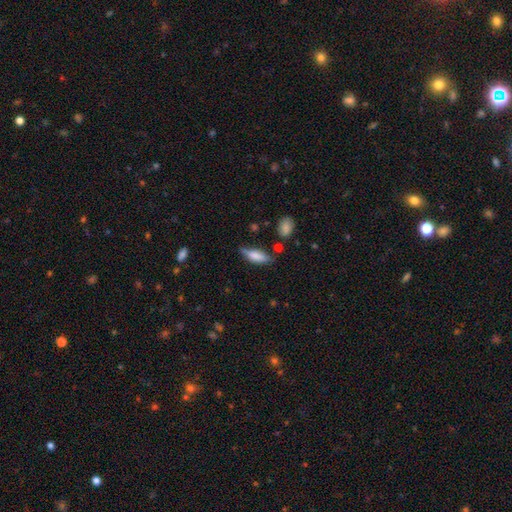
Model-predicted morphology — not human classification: Smooth or featured?
  - smooth: 72% *
  - featured or disk: 21%
  - star or artifact: 7%
How rounded?
  - in between: 58% *
  - cigar-shaped: 40%
  - round: 2%
Merging?
  - none: 63% *
  - minor disturbance: 26%
  - major disturbance: 6%
  - merger: 5%